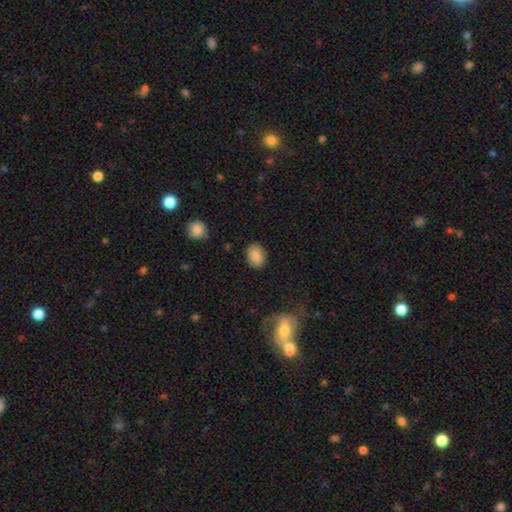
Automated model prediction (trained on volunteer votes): A smooth galaxy with no disk features (86%) that is in between round and cigar-shaped (69%). Merging: none (86%).